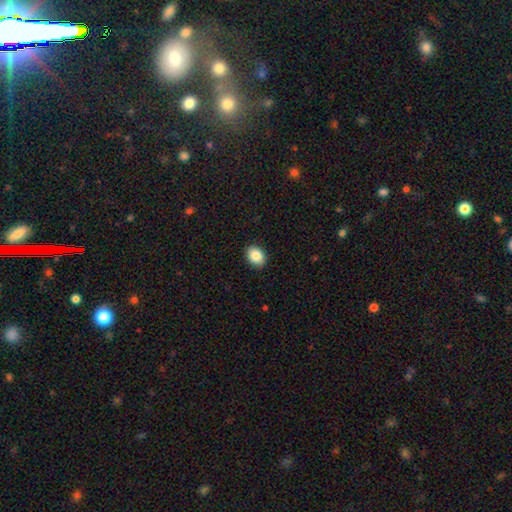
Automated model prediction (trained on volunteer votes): The model was most divided on "how rounded": in between: 69%, round: 30%, cigar-shaped: 1%. More confident: merging — none (90%); smooth or featured — smooth (86%).